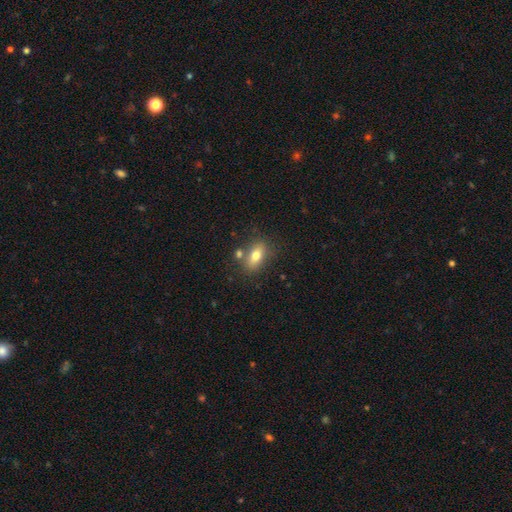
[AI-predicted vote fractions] Q: Smooth or featured?
A: smooth (73%); runner-up: featured or disk (18%)
Q: How rounded?
A: in between (81%); runner-up: round (11%)
Q: Merging?
A: none (70%); runner-up: minor disturbance (13%)